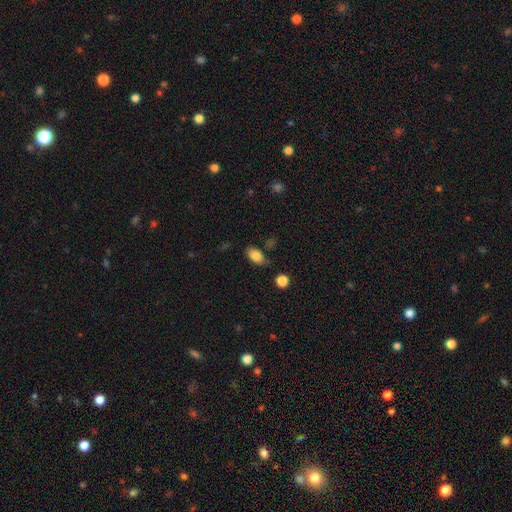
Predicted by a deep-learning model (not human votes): Smooth or featured: smooth — 84% (star or artifact — 9%)
How rounded: in between — 89% (round — 8%)
Merging: none — 73% (minor disturbance — 18%)